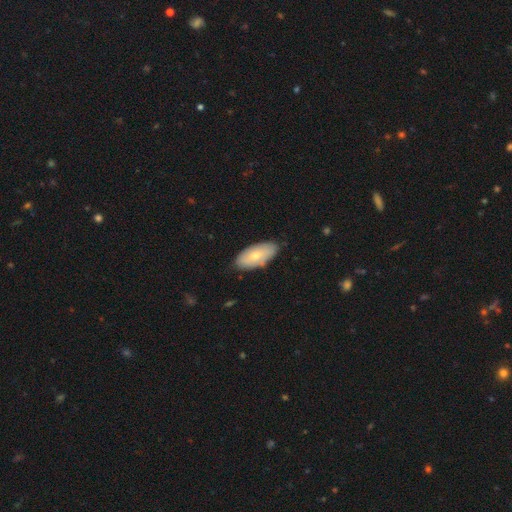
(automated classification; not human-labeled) A smooth galaxy with no disk features (66%) that is in between round and cigar-shaped (91%).

Vote fractions:
- Smooth or featured? smooth: 66% / featured or disk: 28% / star or artifact: 6%
- How rounded? in between: 91% / cigar-shaped: 6% / round: 2%
- Merging? none: 79% / minor disturbance: 16% / major disturbance: 3% / merger: 2%